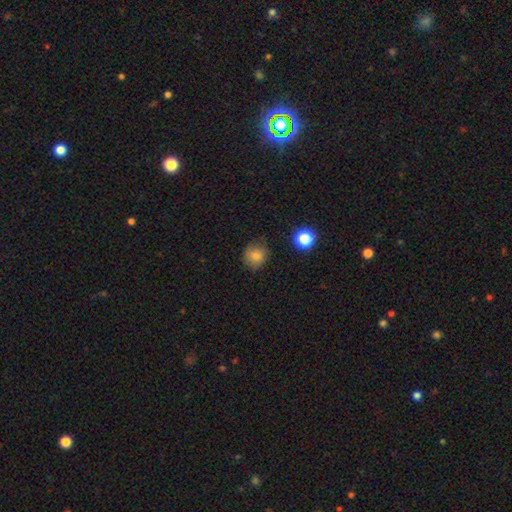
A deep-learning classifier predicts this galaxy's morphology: Overall: smooth (79%). How rounded: round (86%). Merging: none (79%).